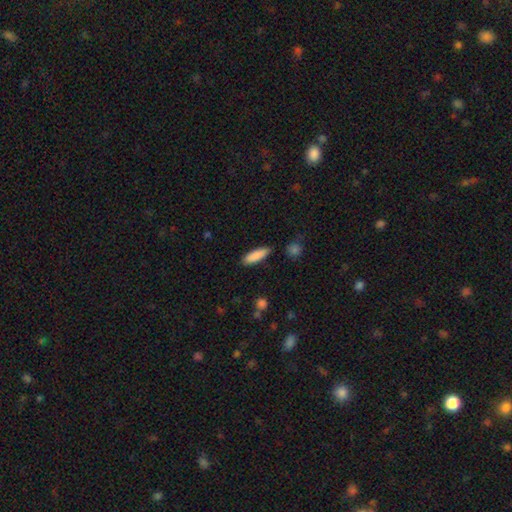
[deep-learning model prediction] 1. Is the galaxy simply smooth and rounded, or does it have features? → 87% smooth, 6% featured or disk, 6% star or artifact.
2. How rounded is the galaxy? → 53% cigar-shaped, 45% in between, 2% round.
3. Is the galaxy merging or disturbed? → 86% none, 10% minor disturbance, 2% major disturbance, 2% merger.